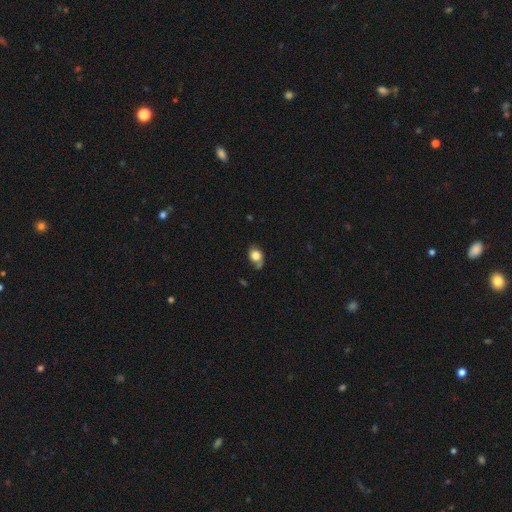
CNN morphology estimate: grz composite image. It shows a smooth galaxy with no disk features (74%) that is in between round and cigar-shaped (53%). Merging: none (52%).